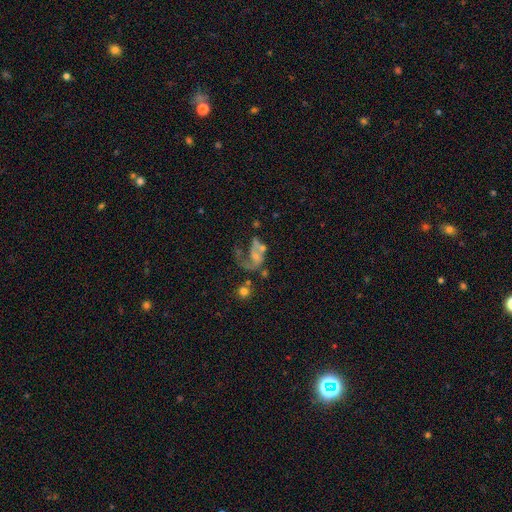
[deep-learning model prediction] Smooth or featured: featured or disk — 65% (smooth — 23%)
Edge-on disk: no — 98% (yes — 2%)
Bar: no — 69% (weak — 24%)
Spiral arms: yes — 62% (no — 38%)
Bulge size: small — 36% (none — 35%)
Merging: major disturbance — 44% (merger — 22%)